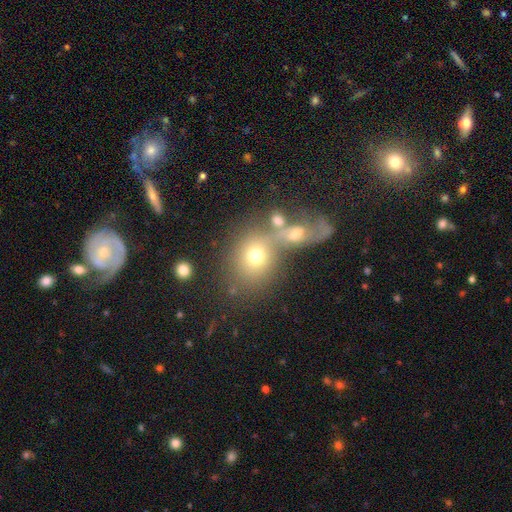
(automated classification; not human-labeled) Morphology: type=smooth (66%); roundness=round (63%); merging=merger (43%).